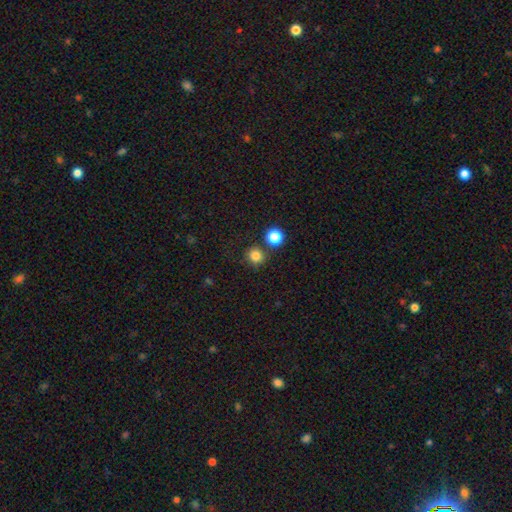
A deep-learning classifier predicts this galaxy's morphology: Smooth or featured: smooth — 82% (star or artifact — 13%)
How rounded: round — 92% (in between — 7%)
Merging: none — 78% (merger — 10%)